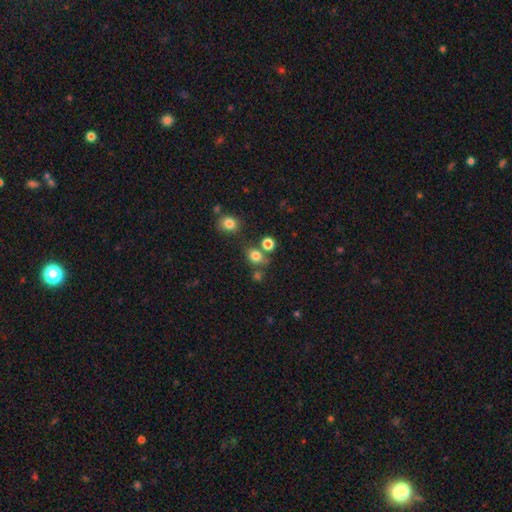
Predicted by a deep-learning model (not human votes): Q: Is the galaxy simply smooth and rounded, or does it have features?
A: smooth — 77%.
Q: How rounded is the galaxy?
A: round — 67%.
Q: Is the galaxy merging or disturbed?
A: none — 64%.